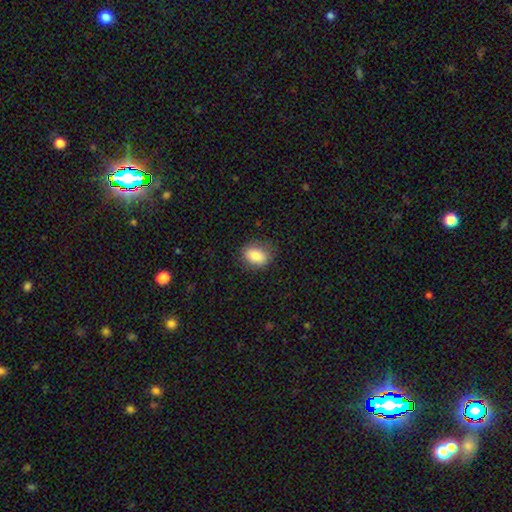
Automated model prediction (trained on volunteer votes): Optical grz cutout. It shows a smooth galaxy with no disk features (84%) that is in between round and cigar-shaped (73%). Merging: none (79%).